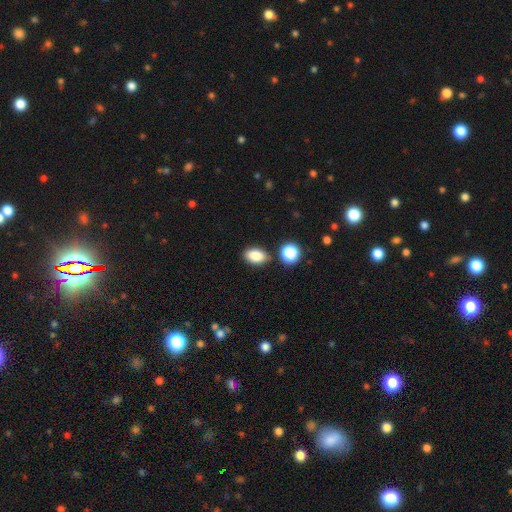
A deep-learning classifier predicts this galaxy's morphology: Smooth or featured? Predicted: smooth (p=0.84). How rounded? Predicted: in between (p=0.85). Merging? Predicted: none (p=0.81).